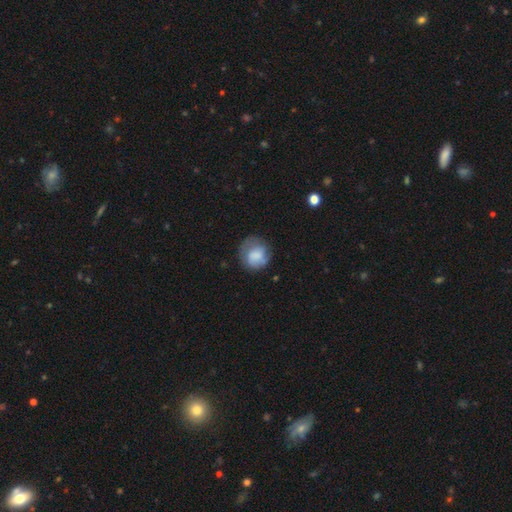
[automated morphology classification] Smooth or featured? smooth (66%)
How rounded? round (81%)
Merging? none (62%)